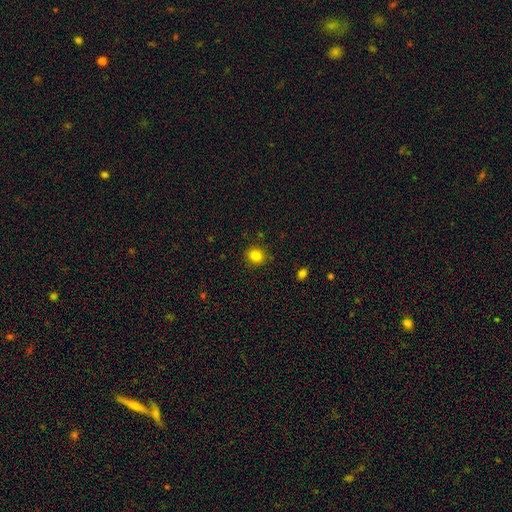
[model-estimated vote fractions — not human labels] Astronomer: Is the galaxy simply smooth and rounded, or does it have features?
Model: smooth — 83%.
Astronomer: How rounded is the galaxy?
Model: round — 85%.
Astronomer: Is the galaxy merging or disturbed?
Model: none — 89%.